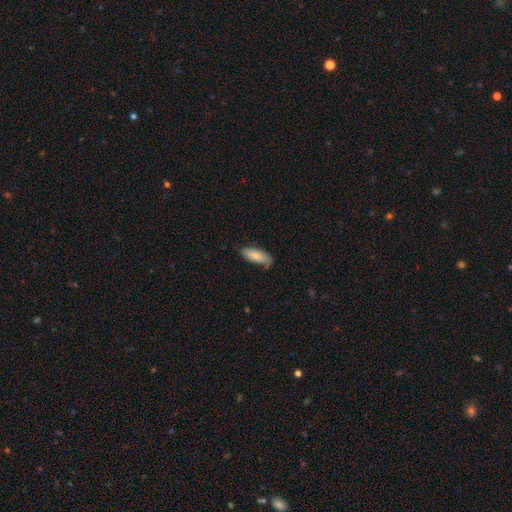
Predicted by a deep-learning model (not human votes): A smooth galaxy with no disk features (76%) that is in between round and cigar-shaped (80%). Merging: none (67%).